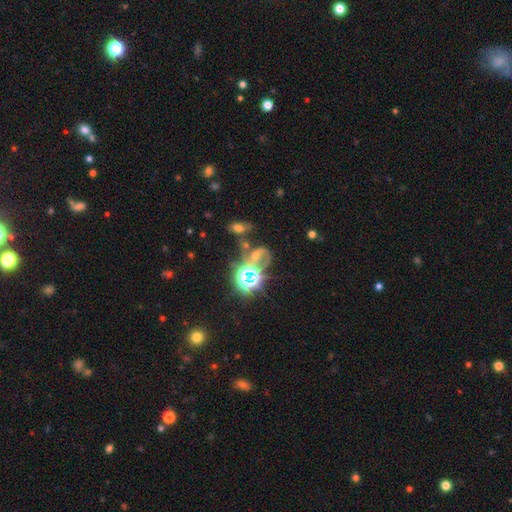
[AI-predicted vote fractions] This appears to be a star or artifact, not a galaxy (49%).